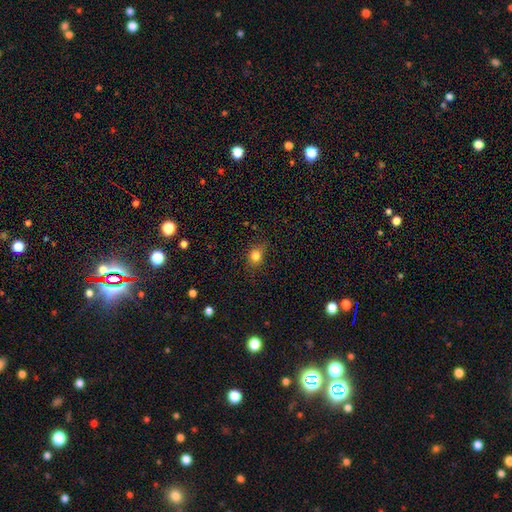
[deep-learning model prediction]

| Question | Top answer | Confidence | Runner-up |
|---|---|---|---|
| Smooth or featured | smooth | 81% | star or artifact (12%) |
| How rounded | round | 58% | in between (40%) |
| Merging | none | 79% | minor disturbance (15%) |